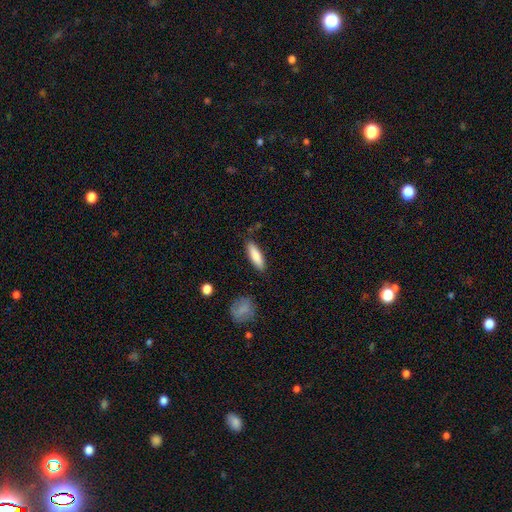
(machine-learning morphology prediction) Overall: smooth (83%). How rounded: cigar-shaped (58%; in between 40%). Merging: none (85%).